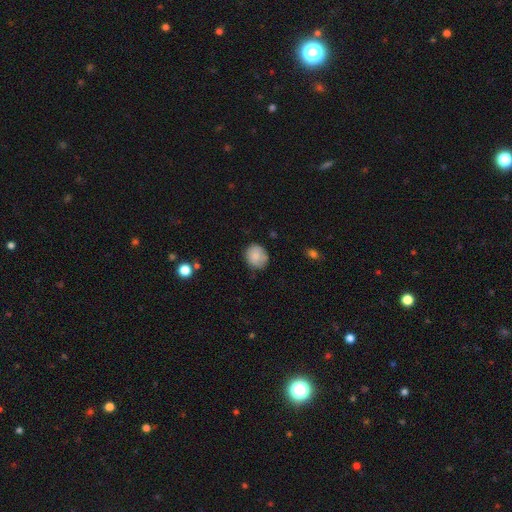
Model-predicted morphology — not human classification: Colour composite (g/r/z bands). It shows a smooth galaxy with no disk features (83%) that is round (76%). Merging: none (75%).